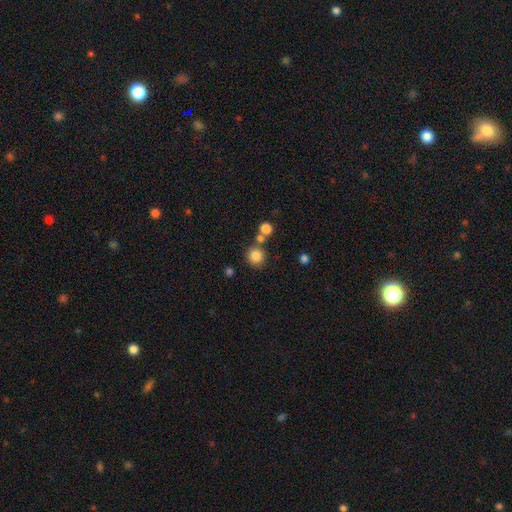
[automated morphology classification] smooth 83%, star or artifact 12%, featured or disk 5%. Down the decision tree: how rounded — round (92%); merging — none (73%).